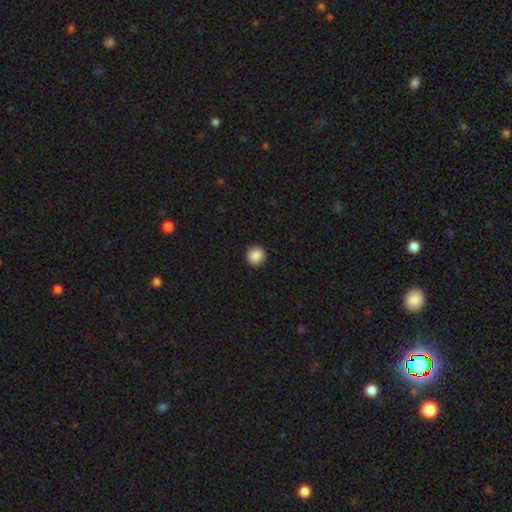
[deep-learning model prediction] smooth 89%, star or artifact 9%, featured or disk 3%. Down the decision tree: how rounded — round (93%); merging — none (92%).